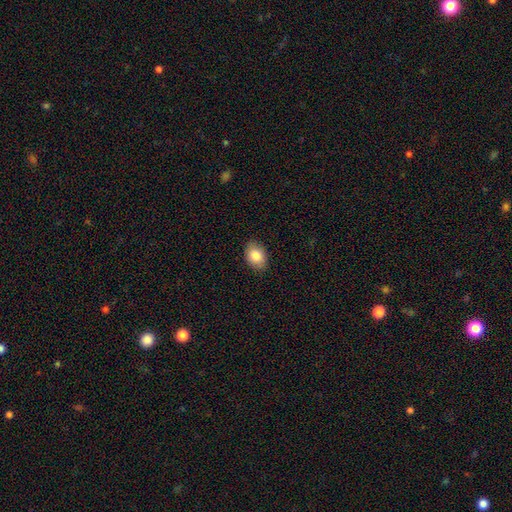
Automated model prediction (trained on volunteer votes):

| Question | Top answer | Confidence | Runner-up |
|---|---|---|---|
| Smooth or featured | smooth | 85% | featured or disk (8%) |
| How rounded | in between | 79% | round (20%) |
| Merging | none | 87% | minor disturbance (10%) |